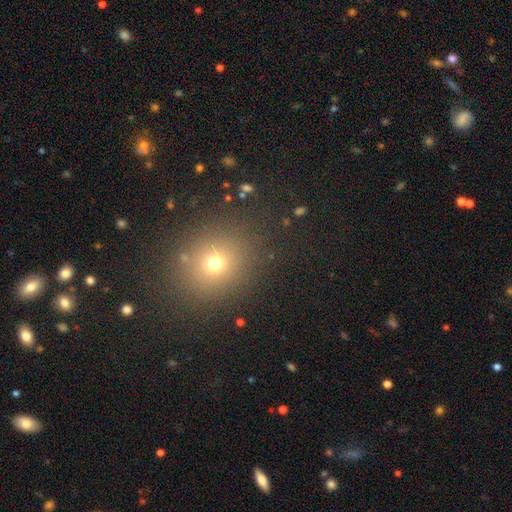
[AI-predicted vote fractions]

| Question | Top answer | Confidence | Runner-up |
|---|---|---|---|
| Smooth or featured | smooth | 63% | star or artifact (28%) |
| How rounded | round | 73% | in between (26%) |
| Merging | none | 87% | minor disturbance (7%) |